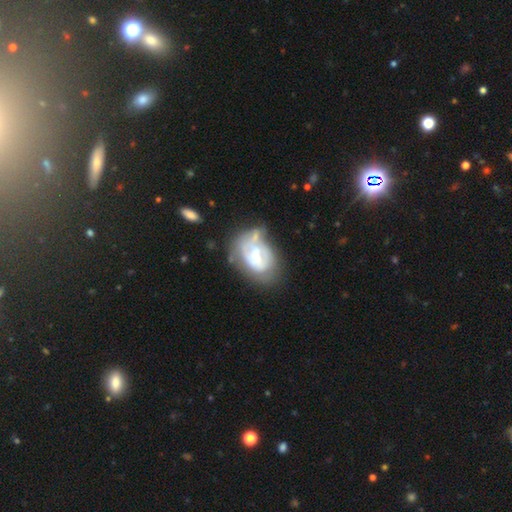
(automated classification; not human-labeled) The model was most divided on "bulge size": moderate: 37%, small: 36%, none: 15%, large: 10%, dominant: 2%. Remaining: edge-on disk — no (96%); smooth or featured — featured or disk (58%); bar — no (57%); spiral arms — no (57%); merging — none (32%).